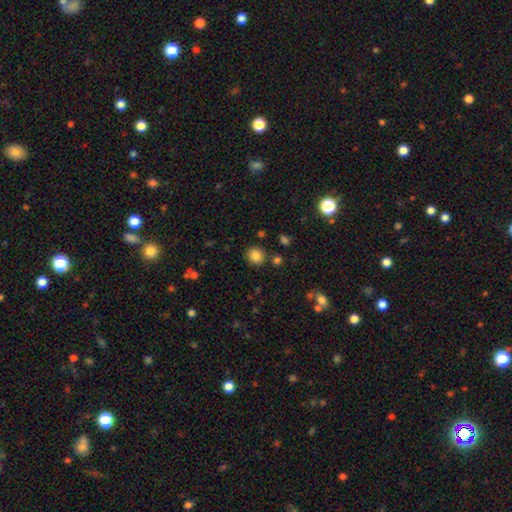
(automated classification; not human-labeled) The model was most divided on "how rounded": round: 84%, in between: 15%, cigar-shaped: 1%. More confident: smooth or featured — smooth (84%); merging — none (84%).